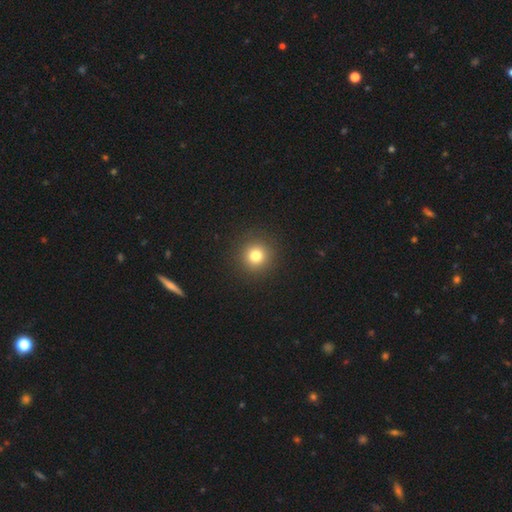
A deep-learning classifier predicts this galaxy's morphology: smooth_or_featured: smooth (p=0.79) [alt: star or artifact p=0.13]
how_rounded: round (p=0.95) [alt: in between p=0.04]
merging: none (p=0.92) [alt: minor disturbance p=0.05]